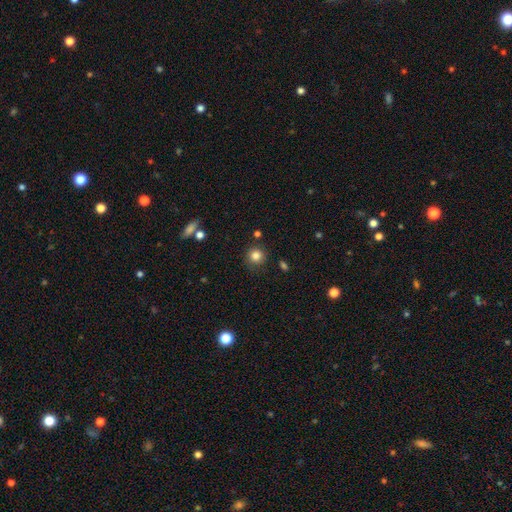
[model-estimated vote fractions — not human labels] Q: Smooth or featured?
A: smooth (83%); runner-up: star or artifact (12%)
Q: How rounded?
A: round (92%); runner-up: in between (7%)
Q: Merging?
A: none (85%); runner-up: minor disturbance (9%)